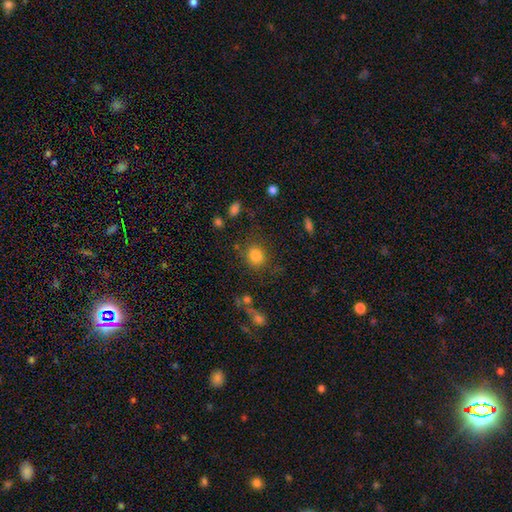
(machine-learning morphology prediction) type=smooth (83%); roundness=round (70%); merging=none (77%).